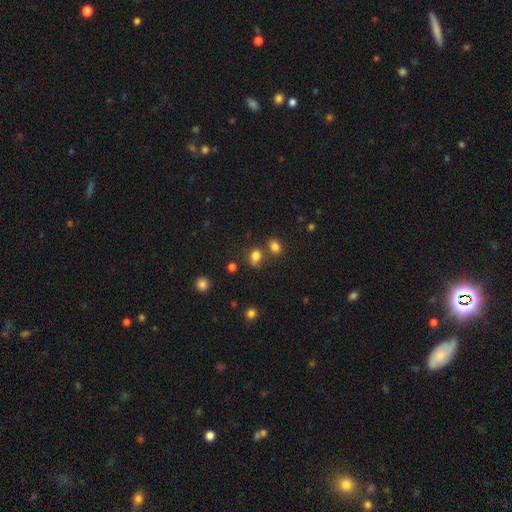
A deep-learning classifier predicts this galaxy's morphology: Overall: smooth (79%). How rounded: round (50%; in between 49%). Merging: none (59%; merger 22%).